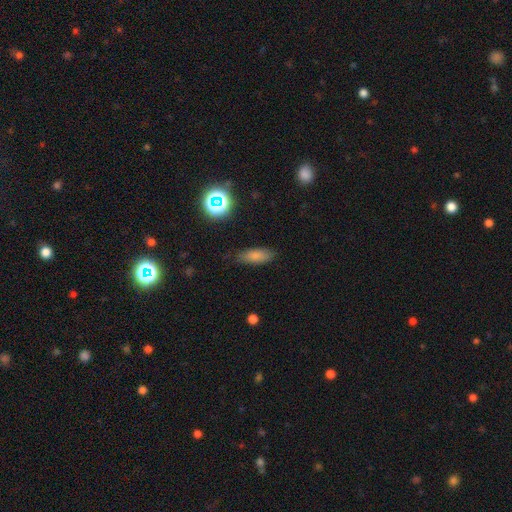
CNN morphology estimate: Overall: smooth (78%). How rounded: in between (73%). Merging: none (80%).